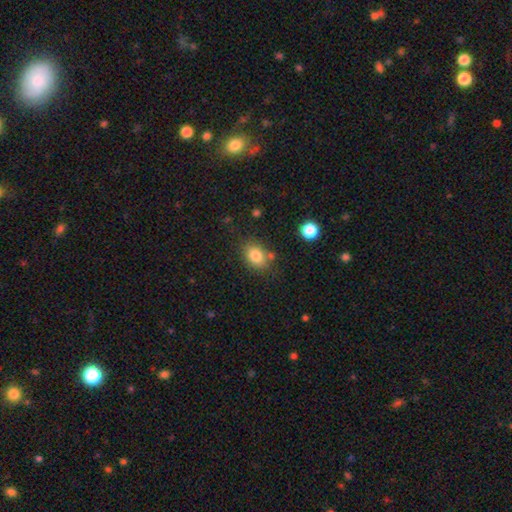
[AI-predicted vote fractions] The model was most divided on "how rounded": in between: 71%, round: 28%, cigar-shaped: 1%. More confident: smooth or featured — smooth (81%); merging — none (74%).